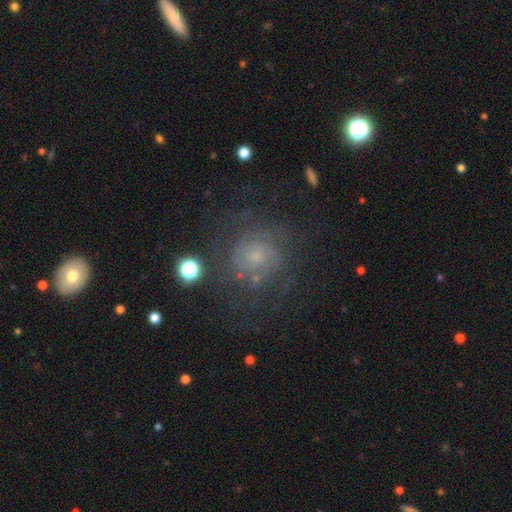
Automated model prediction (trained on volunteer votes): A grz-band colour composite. It shows a featured or disk galaxy (61%) with no bar (78%), spiral arms (83%) and a small central bulge (66%). Merging: none (66%).